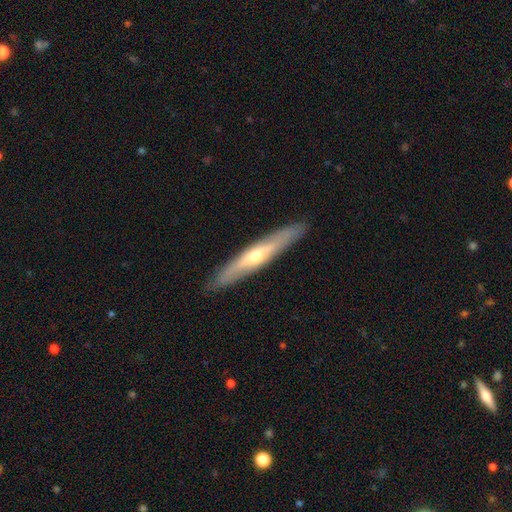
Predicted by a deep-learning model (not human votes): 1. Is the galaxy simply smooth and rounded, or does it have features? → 59% featured or disk, 36% smooth, 5% star or artifact.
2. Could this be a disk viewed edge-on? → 85% yes, 15% no.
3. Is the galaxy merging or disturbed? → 89% none, 8% minor disturbance, 2% major disturbance, 1% merger.